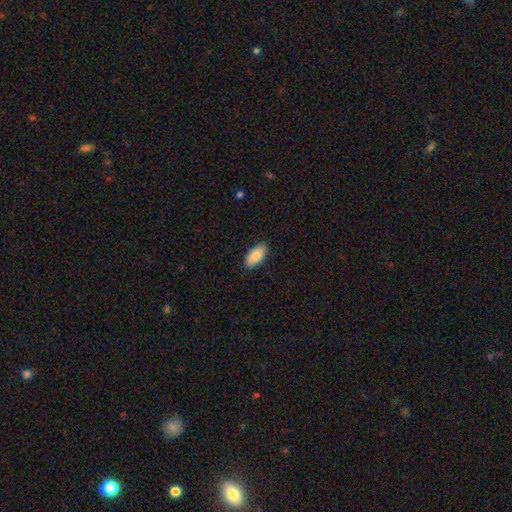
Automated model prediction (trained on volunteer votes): The model was most divided on "merging": none: 89%, minor disturbance: 9%, major disturbance: 2%, merger: 1%. More confident: how rounded — in between (93%); smooth or featured — smooth (88%).